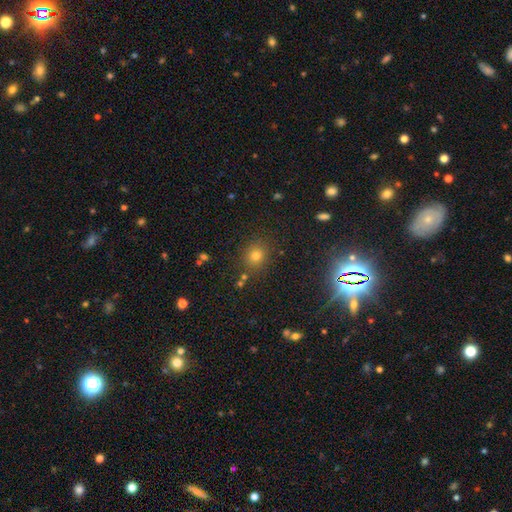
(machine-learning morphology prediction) smooth 67%, star or artifact 25%, featured or disk 8%. Down the decision tree: how rounded — round (81%); merging — none (84%).